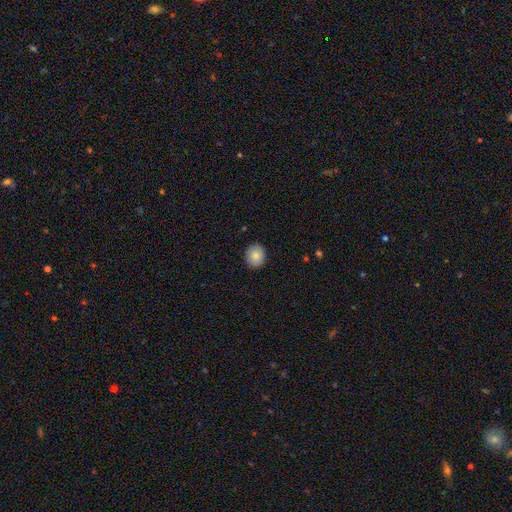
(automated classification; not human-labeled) Smooth or featured? Predicted: smooth (p=0.85). How rounded? Predicted: round (p=0.72). Merging? Predicted: none (p=0.90).